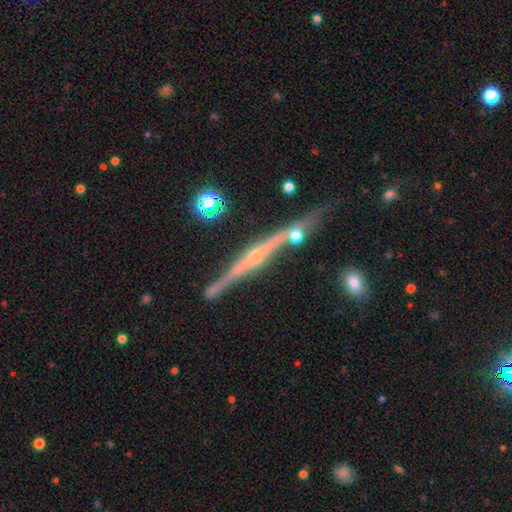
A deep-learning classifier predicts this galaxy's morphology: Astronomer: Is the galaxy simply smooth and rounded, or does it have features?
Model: featured or disk — 83%.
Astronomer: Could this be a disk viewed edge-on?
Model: yes — 98%.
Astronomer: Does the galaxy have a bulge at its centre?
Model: rounded — 69%.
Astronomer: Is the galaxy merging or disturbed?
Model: none — 80%.